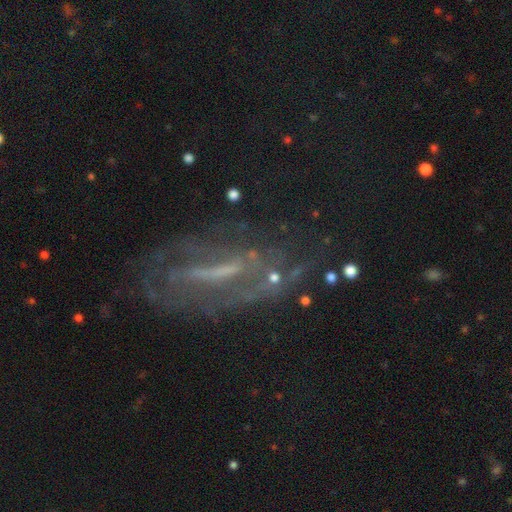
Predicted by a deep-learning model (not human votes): Morphology: type=featured or disk (70%); edge-on=no (80%); bar=strong (49%); spiral arms=yes (67%); bulge=none (38%); merging=none (59%).